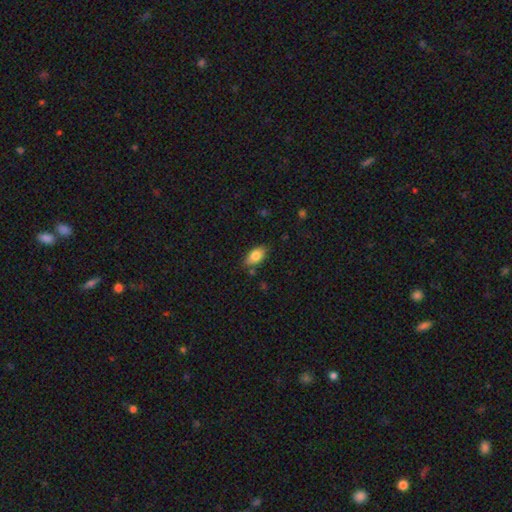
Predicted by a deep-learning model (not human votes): This is clearly a smooth galaxy (80%). How rounded: clearly in between (90%). Merging: likely none (78%).